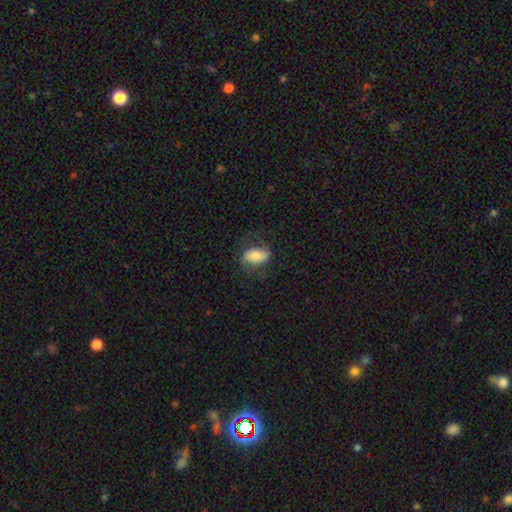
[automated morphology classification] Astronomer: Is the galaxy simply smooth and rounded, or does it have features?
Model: smooth — 62%.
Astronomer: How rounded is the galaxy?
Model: in between — 88%.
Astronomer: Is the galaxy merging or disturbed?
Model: none — 68%.